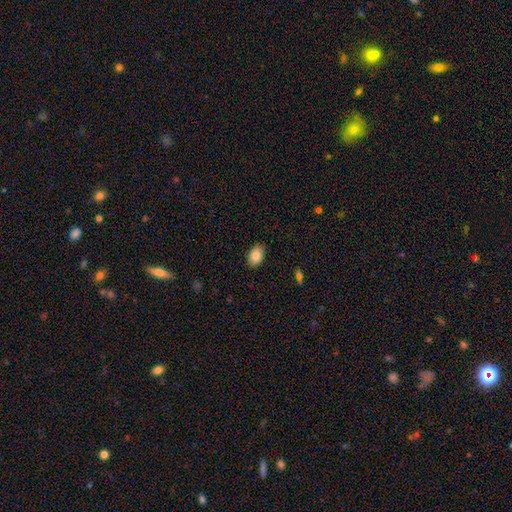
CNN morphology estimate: Smooth or featured? smooth (84%)
How rounded? in between (88%)
Merging? none (88%)